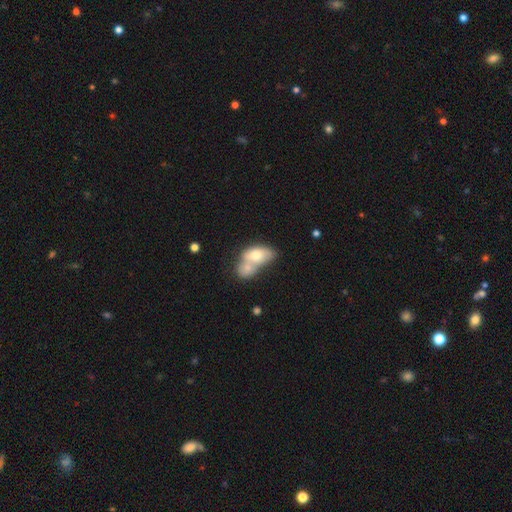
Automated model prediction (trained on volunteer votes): Smooth or featured?
  - smooth: 68% *
  - featured or disk: 25%
  - star or artifact: 7%
How rounded?
  - in between: 84% *
  - round: 12%
  - cigar-shaped: 4%
Merging?
  - merger: 72% *
  - none: 15%
  - minor disturbance: 8%
  - major disturbance: 5%